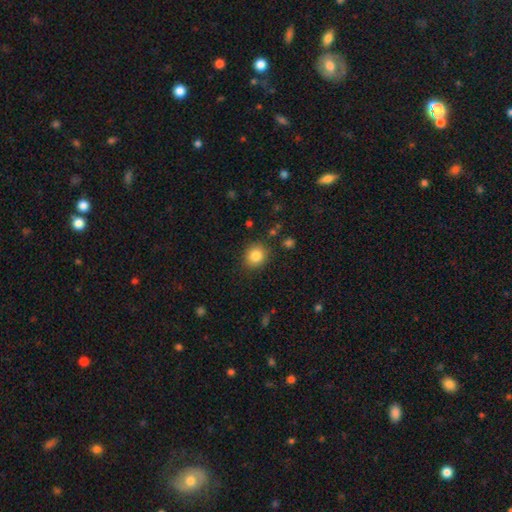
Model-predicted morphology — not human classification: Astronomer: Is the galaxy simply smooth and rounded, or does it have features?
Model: smooth — 84%.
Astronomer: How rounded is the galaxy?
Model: round — 83%.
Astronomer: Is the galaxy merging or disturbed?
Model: none — 87%.